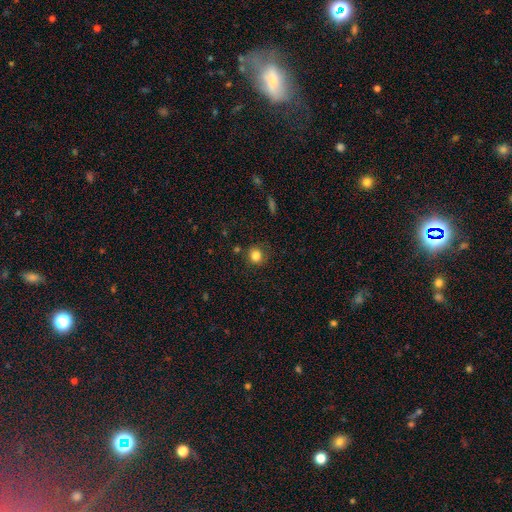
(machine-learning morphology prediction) This is clearly a smooth galaxy (83%). How rounded: clearly round (87%). Merging: clearly none (83%).